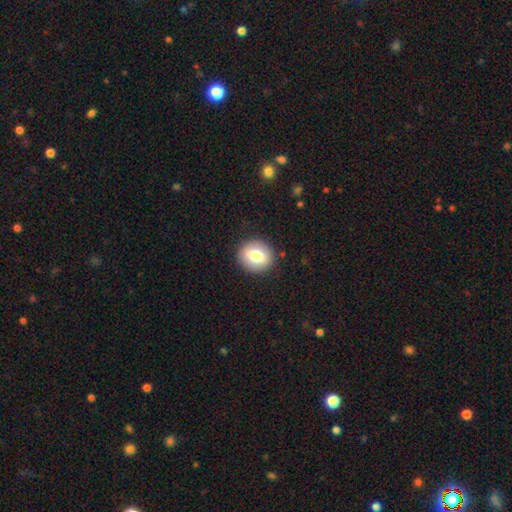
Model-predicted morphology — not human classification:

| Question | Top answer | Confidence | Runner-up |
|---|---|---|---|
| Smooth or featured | smooth | 75% | featured or disk (17%) |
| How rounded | round | 81% | in between (18%) |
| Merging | none | 90% | minor disturbance (7%) |